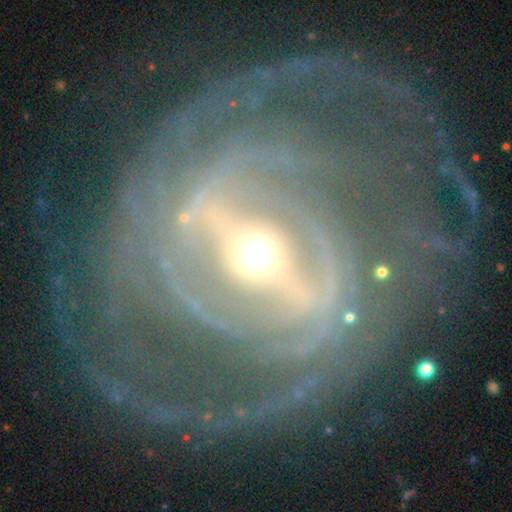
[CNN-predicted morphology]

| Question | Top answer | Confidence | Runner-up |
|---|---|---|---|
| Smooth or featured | featured or disk | 92% | star or artifact (5%) |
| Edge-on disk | no | 95% | yes (5%) |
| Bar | strong | 74% | weak (19%) |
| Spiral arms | yes | 95% | no (5%) |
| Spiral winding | tight | 58% | medium (30%) |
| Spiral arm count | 2 | 31% | can't tell (23%) |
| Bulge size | moderate | 58% | small (33%) |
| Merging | none | 72% | minor disturbance (14%) |